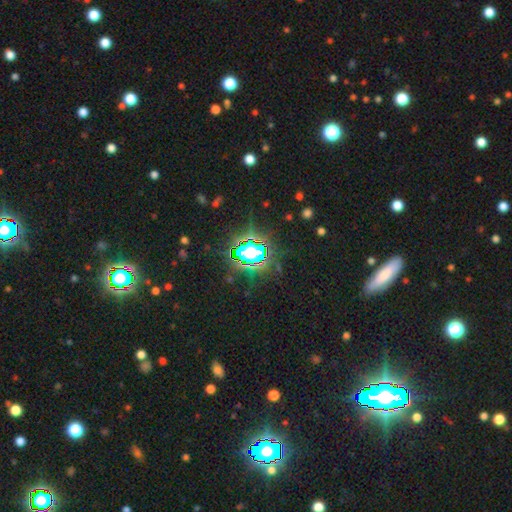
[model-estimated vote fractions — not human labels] smooth_or_featured: star or artifact (p=0.81) [alt: smooth p=0.12]